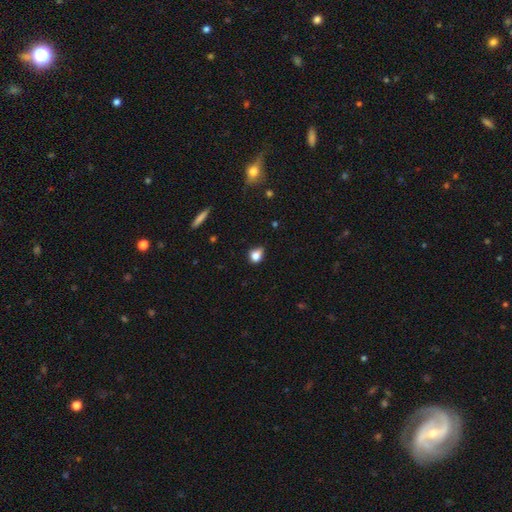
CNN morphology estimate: Q: Smooth or featured?
A: smooth (80%); runner-up: star or artifact (11%)
Q: How rounded?
A: in between (51%); runner-up: round (47%)
Q: Merging?
A: none (52%); runner-up: minor disturbance (36%)